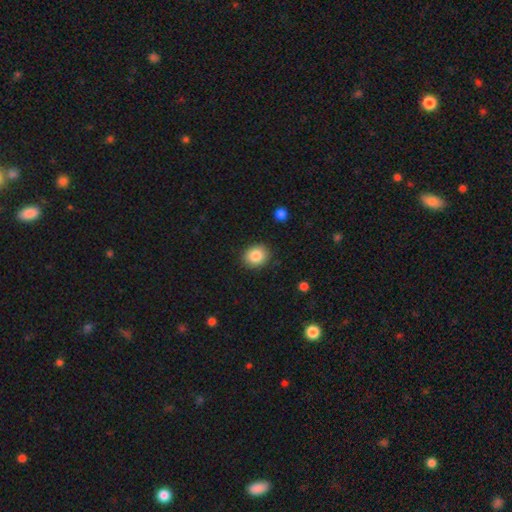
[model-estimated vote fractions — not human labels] This is clearly a smooth galaxy (85%). How rounded: likely round (63%). Merging: clearly none (88%).